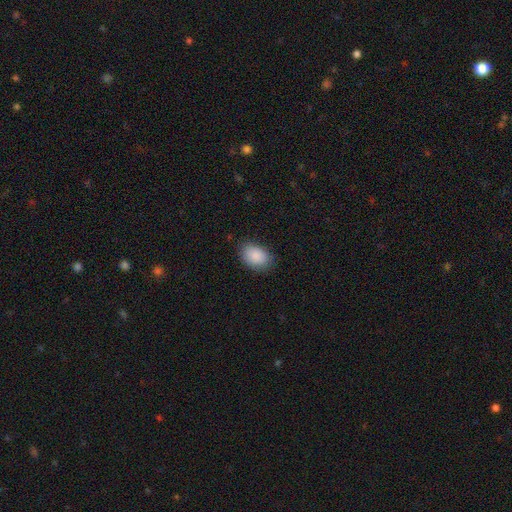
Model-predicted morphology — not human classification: Smooth or featured: smooth — 89% (star or artifact — 7%)
How rounded: in between — 83% (round — 16%)
Merging: none — 82% (minor disturbance — 14%)